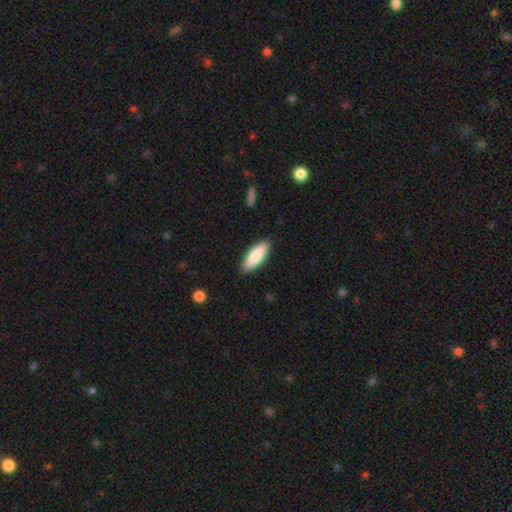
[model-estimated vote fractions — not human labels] smooth_or_featured: smooth (p=0.85) [alt: featured or disk p=0.10]
how_rounded: in between (p=0.62) [alt: cigar-shaped p=0.36]
merging: none (p=0.88) [alt: minor disturbance p=0.09]